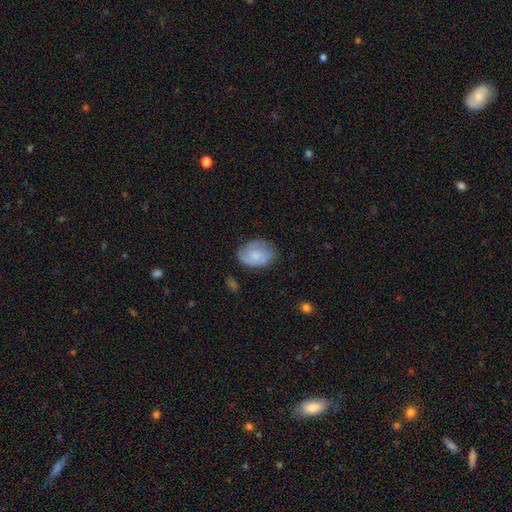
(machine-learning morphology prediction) This appears to be a smooth galaxy with no disk features (58%) that is in between round and cigar-shaped (75%). Merging: none (67%).